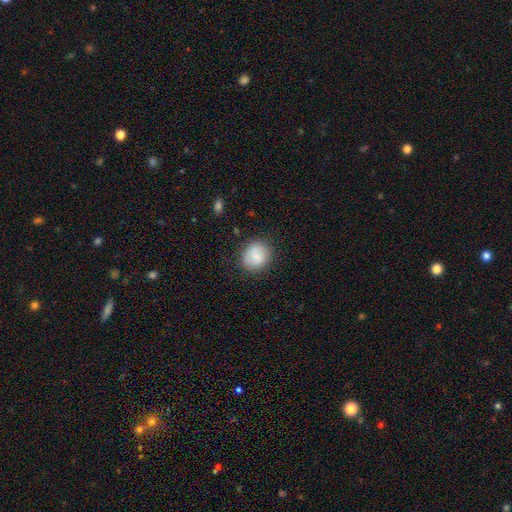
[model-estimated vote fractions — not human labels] Smooth or featured?
  - smooth: 78% *
  - featured or disk: 15%
  - star or artifact: 8%
How rounded?
  - round: 85% *
  - in between: 14%
  - cigar-shaped: 1%
Merging?
  - none: 85% *
  - minor disturbance: 10%
  - major disturbance: 3%
  - merger: 1%